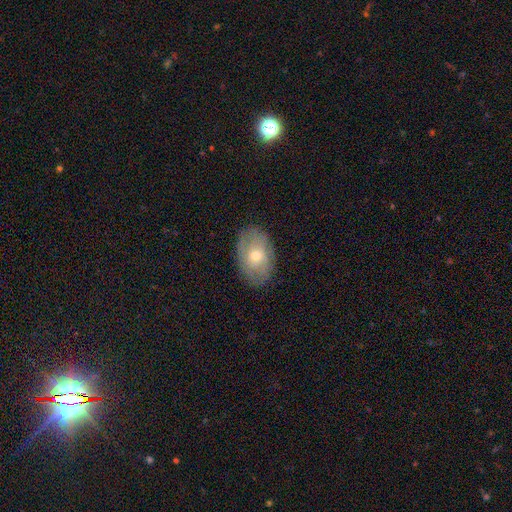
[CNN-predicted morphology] Smooth or featured? featured or disk (54%)
Edge-on disk? no (93%)
Merging? none (82%)